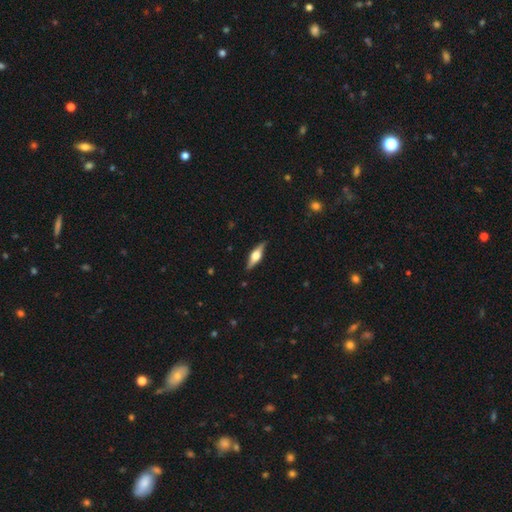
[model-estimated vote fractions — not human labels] A featured or disk galaxy (68%) viewed edge-on (96%) with a rounded central bulge (91%).

Vote fractions:
- Smooth or featured? featured or disk: 68% / smooth: 27% / star or artifact: 6%
- Edge-on disk? yes: 96% / no: 4%
- Edge-on bulge? rounded: 91% / boxy: 8% / none: 2%
- Merging? none: 87% / minor disturbance: 10% / major disturbance: 2% / merger: 1%